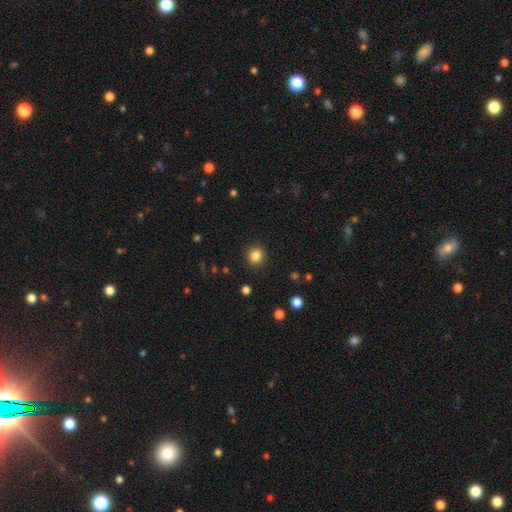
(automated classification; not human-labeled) Q: Smooth or featured?
A: smooth (85%); runner-up: star or artifact (11%)
Q: How rounded?
A: round (86%); runner-up: in between (13%)
Q: Merging?
A: none (90%); runner-up: minor disturbance (6%)